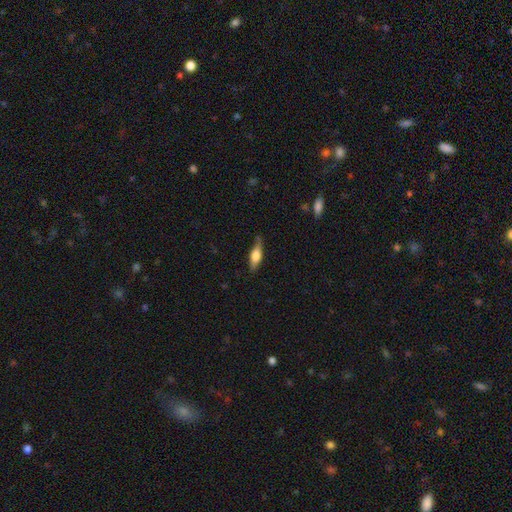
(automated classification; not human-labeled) Smooth or featured?
  - smooth: 58% *
  - featured or disk: 36%
  - star or artifact: 6%
How rounded?
  - in between: 52% *
  - cigar-shaped: 46%
  - round: 3%
Merging?
  - none: 75% *
  - minor disturbance: 19%
  - major disturbance: 4%
  - merger: 2%